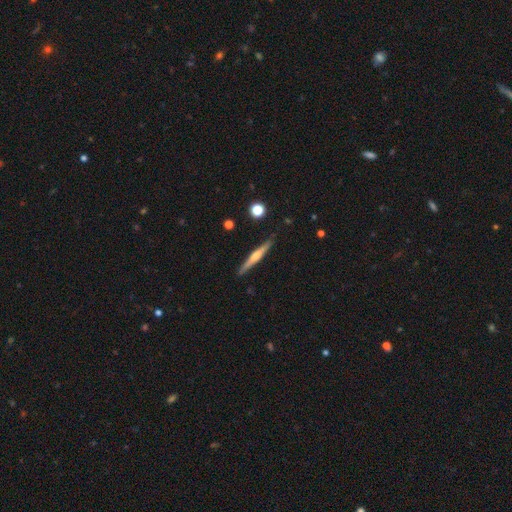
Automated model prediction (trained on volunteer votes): smooth-or-featured: featured or disk: 64% | smooth: 30% | star or artifact: 6%
  disk-edge-on: yes: 98% | no: 2%
    edge-on-bulge: rounded: 74% | none: 14% | boxy: 12%
  merging: none: 90% | minor disturbance: 7% | major disturbance: 1% | merger: 1%